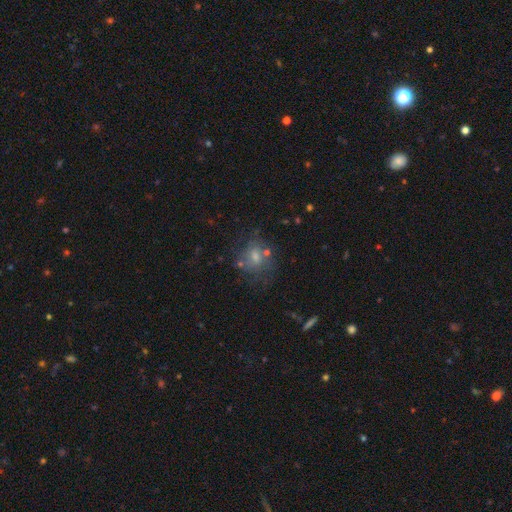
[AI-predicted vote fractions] Smooth or featured: smooth — 44% (featured or disk — 32%)
Merging: none — 61% (minor disturbance — 18%)